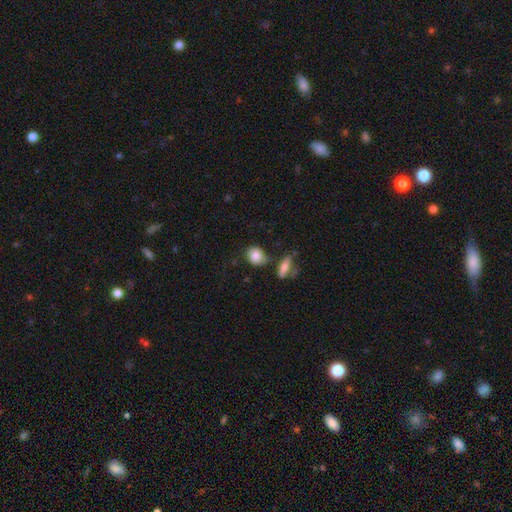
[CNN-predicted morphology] smooth_or_featured: smooth (p=0.84) [alt: featured or disk p=0.08]
how_rounded: round (p=0.69) [alt: in between p=0.28]
merging: none (p=0.60) [alt: minor disturbance p=0.20]